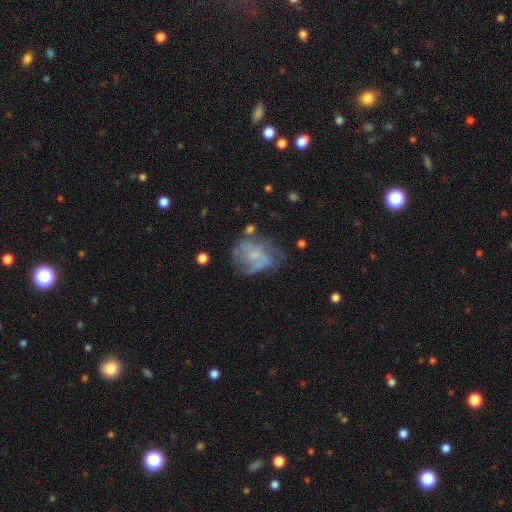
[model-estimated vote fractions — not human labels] smooth_or_featured: featured or disk (p=0.57) [alt: smooth p=0.32]
disk_edge_on: no (p=0.98) [alt: yes p=0.02]
bar: no (p=0.75) [alt: weak p=0.22]
has_spiral_arms: yes (p=0.55) [alt: no p=0.45]
bulge_size: small (p=0.42) [alt: none p=0.34]
merging: none (p=0.40) [alt: major disturbance p=0.29]